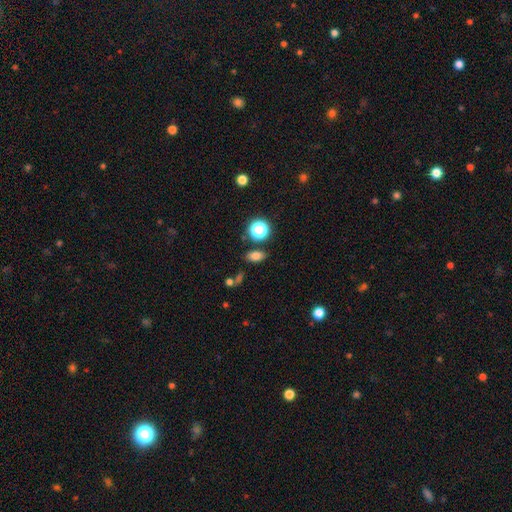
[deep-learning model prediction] Morphology: type=smooth (75%); roundness=in between (79%); merging=none (80%).